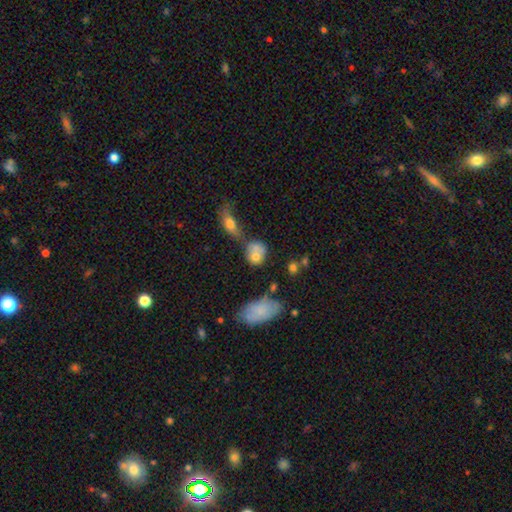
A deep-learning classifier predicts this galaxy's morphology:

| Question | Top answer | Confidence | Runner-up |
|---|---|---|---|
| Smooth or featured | smooth | 73% | featured or disk (16%) |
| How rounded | round | 62% | in between (35%) |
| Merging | merger | 38% | tied: none (38%) |